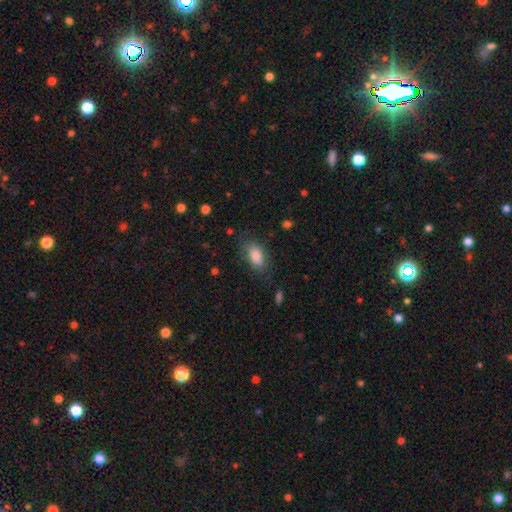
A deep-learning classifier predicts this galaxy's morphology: Smooth or featured? smooth (81%)
How rounded? in between (90%)
Merging? none (70%)